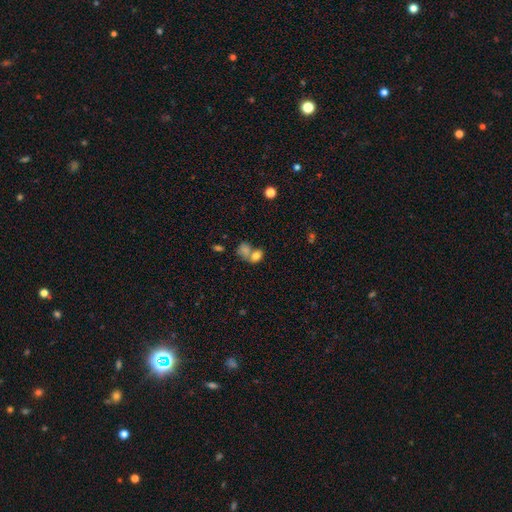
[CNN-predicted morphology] Overall: smooth (78%). How rounded: in between (70%). Merging: merger (58%; none 27%).